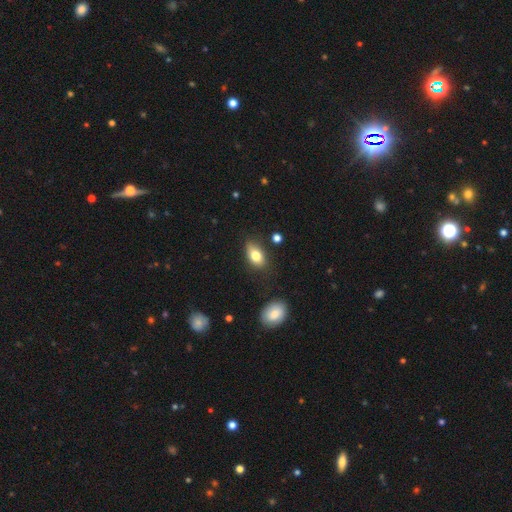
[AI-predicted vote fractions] smooth 78%, featured or disk 13%, star or artifact 8%. Down the decision tree: how rounded — in between (87%); merging — none (76%).